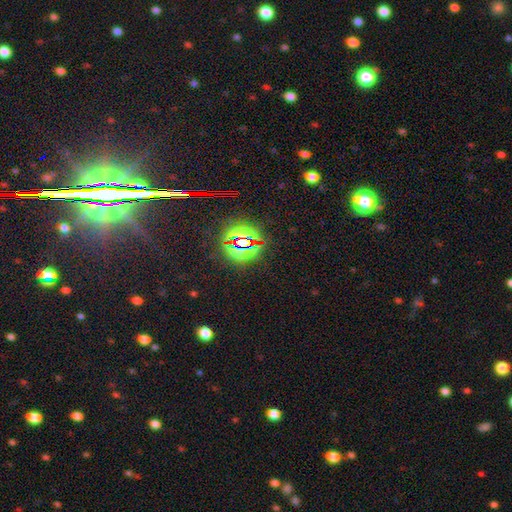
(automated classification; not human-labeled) star or artifact 83%, smooth 9%, featured or disk 8%.